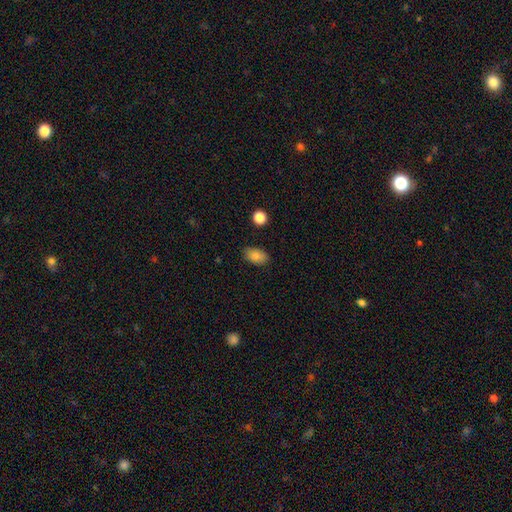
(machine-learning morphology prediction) This appears to be a smooth galaxy with no disk features (81%) that is in between round and cigar-shaped (89%). Merging: none (84%).